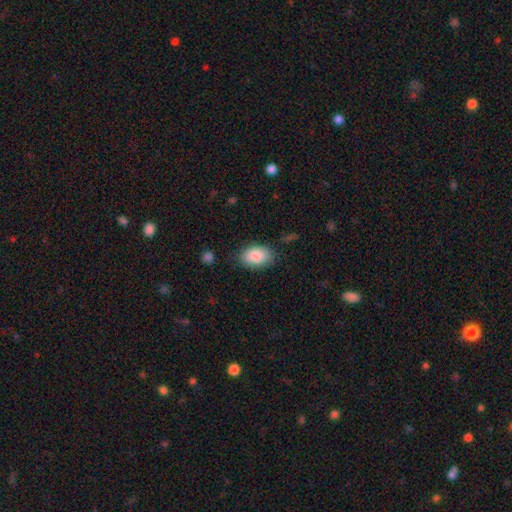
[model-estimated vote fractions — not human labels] Smooth or featured?
  - smooth: 87% *
  - star or artifact: 7%
  - featured or disk: 7%
How rounded?
  - in between: 90% *
  - round: 9%
  - cigar-shaped: 1%
Merging?
  - none: 80% *
  - minor disturbance: 14%
  - major disturbance: 4%
  - merger: 2%